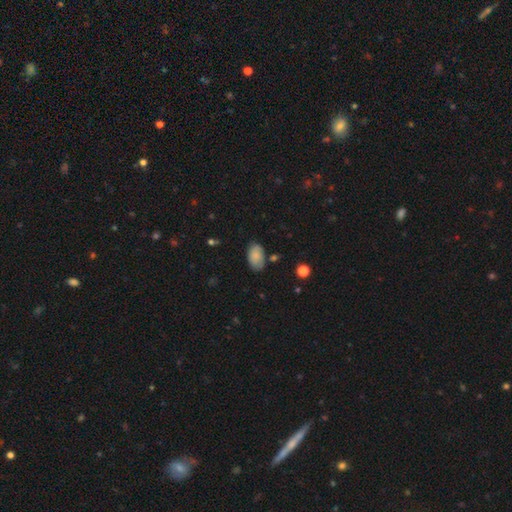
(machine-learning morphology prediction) smooth 83%, featured or disk 10%, star or artifact 7%. Down the decision tree: how rounded — in between (93%); merging — none (74%).